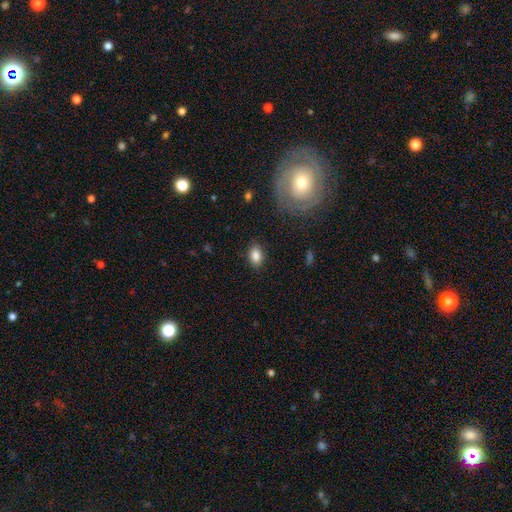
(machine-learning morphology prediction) Smooth or featured? Predicted: smooth (p=0.86). How rounded? Predicted: in between (p=0.85). Merging? Predicted: none (p=0.85).